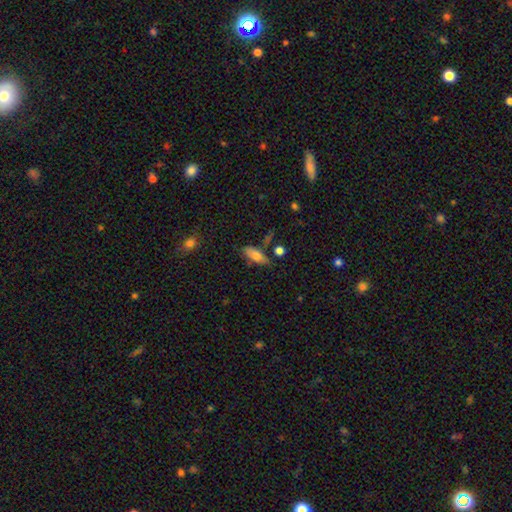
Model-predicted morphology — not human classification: A smooth galaxy with no disk features (75%) that is in between round and cigar-shaped (78%).

Vote fractions:
- Smooth or featured? smooth: 75% / featured or disk: 17% / star or artifact: 8%
- How rounded? in between: 78% / cigar-shaped: 19% / round: 3%
- Merging? none: 64% / minor disturbance: 21% / merger: 8% / major disturbance: 6%